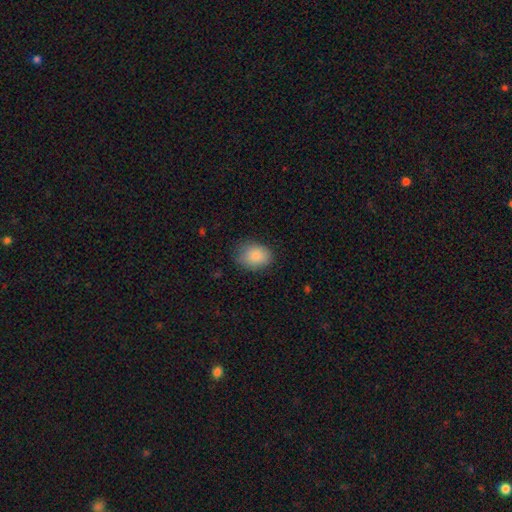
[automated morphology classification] This appears to be a smooth galaxy with no disk features (87%) that is in between round and cigar-shaped (65%). Merging: none (77%).